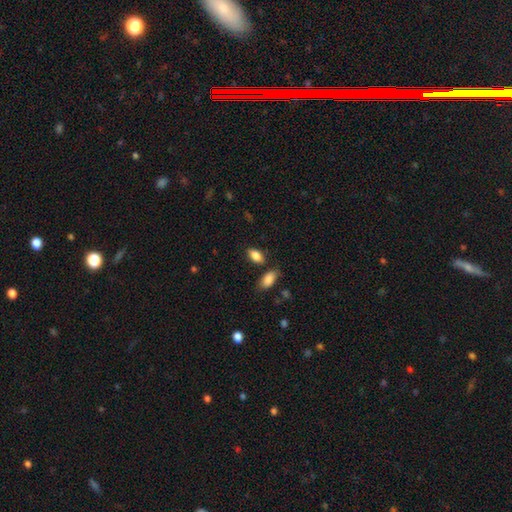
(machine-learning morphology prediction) type=smooth (85%); roundness=in between (91%); merging=none (78%).